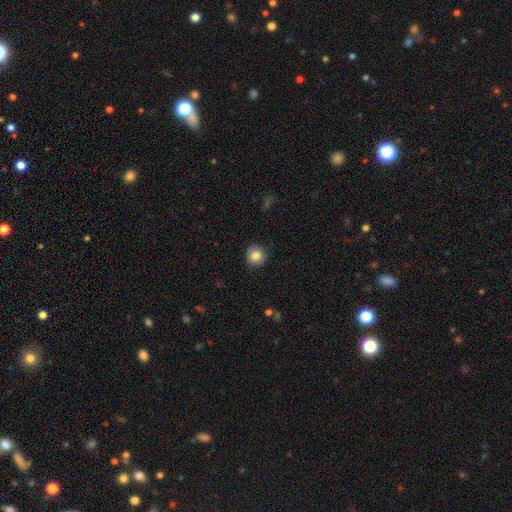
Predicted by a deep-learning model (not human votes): A smooth galaxy with no disk features (84%) that is round (88%).

Vote fractions:
- Smooth or featured? smooth: 84% / star or artifact: 9% / featured or disk: 7%
- How rounded? round: 88% / in between: 11% / cigar-shaped: 1%
- Merging? none: 87% / minor disturbance: 10% / major disturbance: 2% / merger: 1%